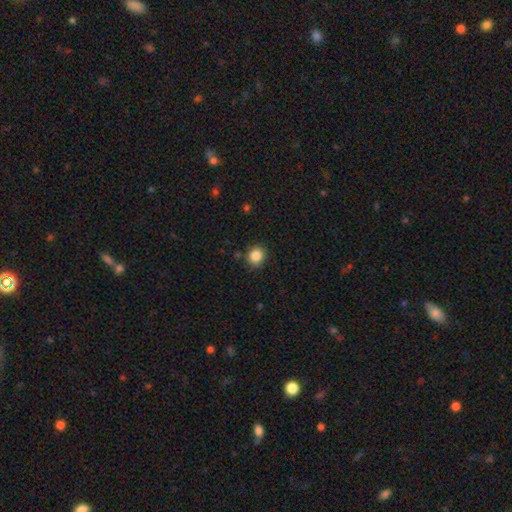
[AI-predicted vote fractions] smooth 86%, star or artifact 10%, featured or disk 4%. Down the decision tree: how rounded — round (82%); merging — none (88%).